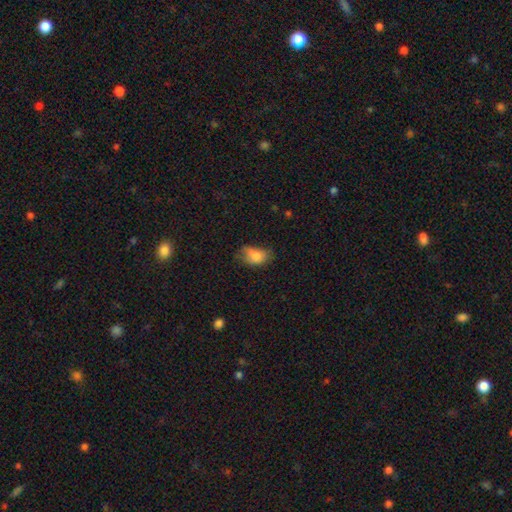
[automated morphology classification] A smooth galaxy with no disk features (79%) that is in between round and cigar-shaped (83%). Merging: none (40%).